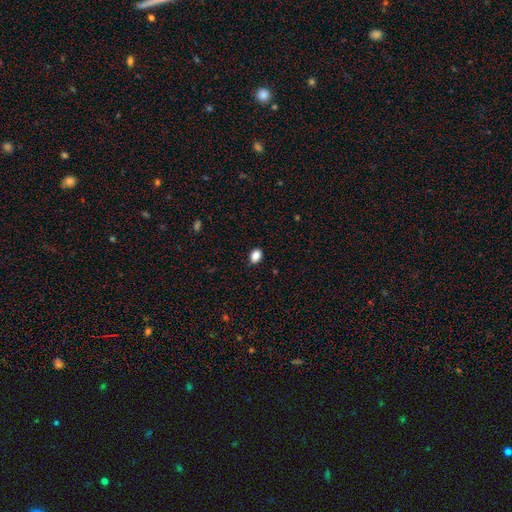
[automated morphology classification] type=smooth (87%); roundness=in between (70%); merging=none (86%).